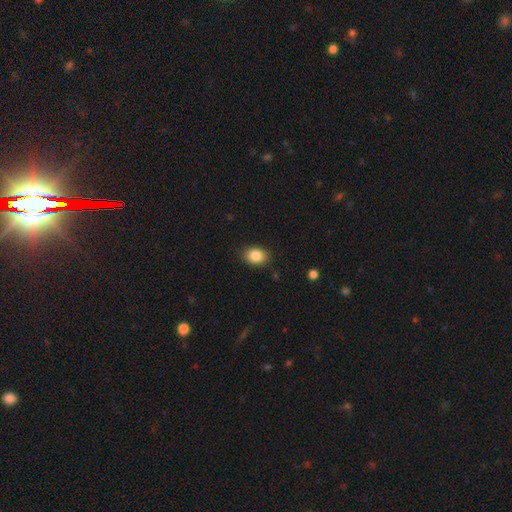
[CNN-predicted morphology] A smooth galaxy with no disk features (86%) that is in between round and cigar-shaped (72%).

Vote fractions:
- Smooth or featured? smooth: 86% / star or artifact: 8% / featured or disk: 6%
- How rounded? in between: 72% / round: 27% / cigar-shaped: 1%
- Merging? none: 86% / minor disturbance: 11% / major disturbance: 3% / merger: 1%